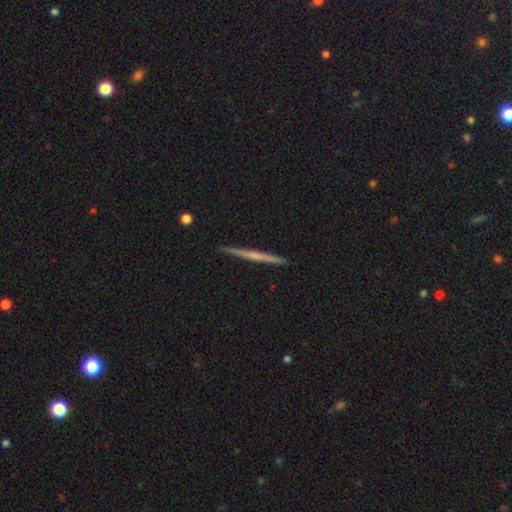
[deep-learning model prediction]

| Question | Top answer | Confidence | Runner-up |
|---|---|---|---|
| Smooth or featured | featured or disk | 57% | smooth (37%) |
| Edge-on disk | yes | 98% | no (2%) |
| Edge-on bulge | none | 74% | rounded (21%) |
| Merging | none | 93% | minor disturbance (5%) |